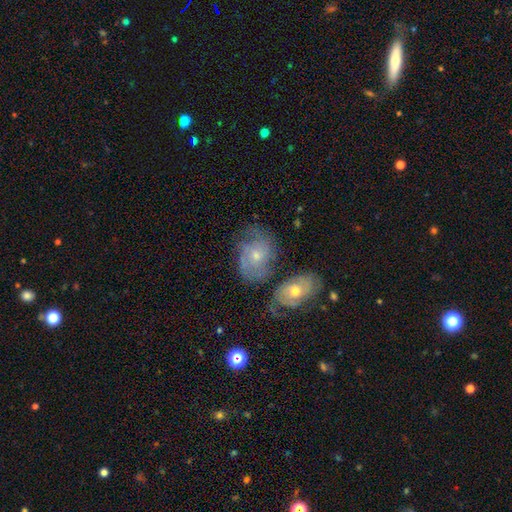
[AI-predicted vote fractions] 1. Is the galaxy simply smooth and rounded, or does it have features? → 64% featured or disk, 27% smooth, 9% star or artifact.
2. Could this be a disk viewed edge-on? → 96% no, 4% yes.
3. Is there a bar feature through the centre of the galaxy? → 76% no, 21% weak, 3% strong.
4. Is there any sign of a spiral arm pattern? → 83% yes, 17% no.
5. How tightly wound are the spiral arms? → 46% tight, 38% medium, 16% loose.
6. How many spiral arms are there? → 44% can't tell, 25% 2, 16% 3, 5% 4, 5% 1, 4% more than 4.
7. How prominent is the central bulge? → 58% small, 37% moderate, 2% none, 2% large, 1% dominant.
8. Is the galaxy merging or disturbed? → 44% none, 23% minor disturbance, 18% merger, 14% major disturbance.